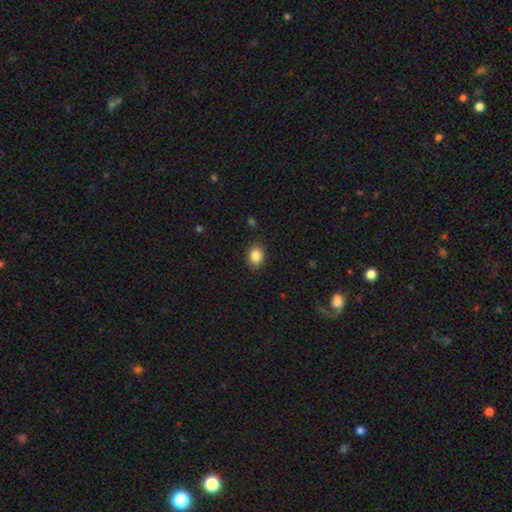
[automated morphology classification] The model was most divided on "how rounded": in between: 55%, round: 44%, cigar-shaped: 1%. More confident: merging — none (87%); smooth or featured — smooth (86%).